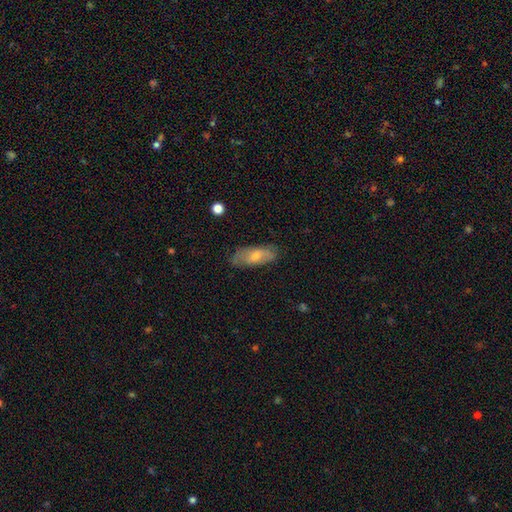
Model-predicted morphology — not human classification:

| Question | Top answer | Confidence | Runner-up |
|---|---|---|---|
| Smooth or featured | smooth | 63% | featured or disk (31%) |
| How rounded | in between | 74% | cigar-shaped (24%) |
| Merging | none | 74% | minor disturbance (20%) |